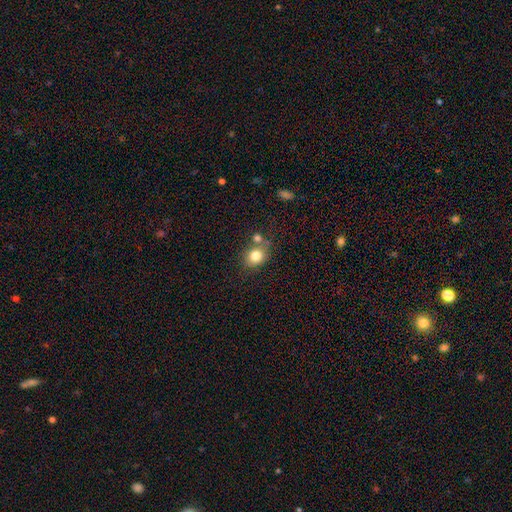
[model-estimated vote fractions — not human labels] This is clearly a smooth galaxy (81%). How rounded: possibly round (59%). Merging: possibly none (58%).